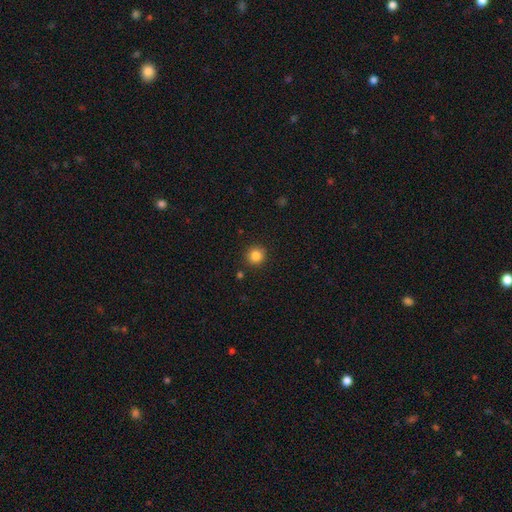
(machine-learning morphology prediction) smooth_or_featured: smooth (p=0.84) [alt: star or artifact p=0.11]
how_rounded: round (p=0.94) [alt: in between p=0.05]
merging: none (p=0.90) [alt: minor disturbance p=0.06]